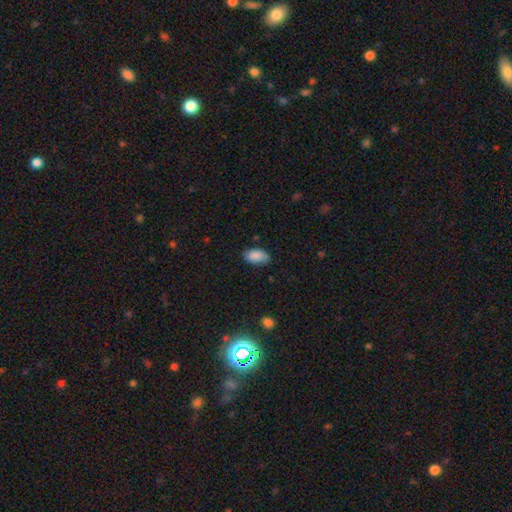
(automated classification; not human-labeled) Q: Smooth or featured?
A: smooth (88%); runner-up: star or artifact (7%)
Q: How rounded?
A: in between (94%); runner-up: round (4%)
Q: Merging?
A: none (76%); runner-up: minor disturbance (19%)